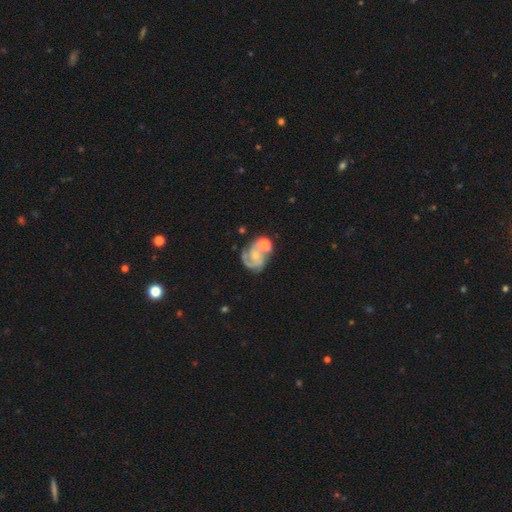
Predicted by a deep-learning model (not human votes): Smooth or featured? Predicted: featured or disk (p=0.74). Edge-on disk? Predicted: no (p=0.98). Bar? Predicted: no (p=0.68). Spiral arms? Predicted: yes (p=0.88). Spiral winding? Predicted: medium (p=0.43). Spiral arm count? Predicted: 2 (p=0.47). Bulge size? Predicted: small (p=0.52). Merging? Predicted: none (p=0.40).